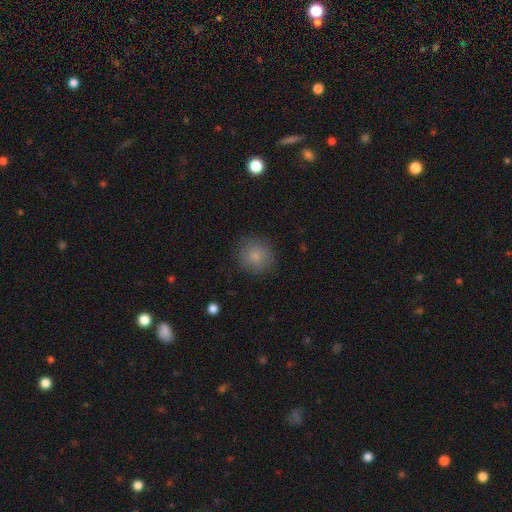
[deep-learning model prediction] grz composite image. It shows a smooth galaxy with no disk features (83%) that is round (92%). Merging: none (86%).